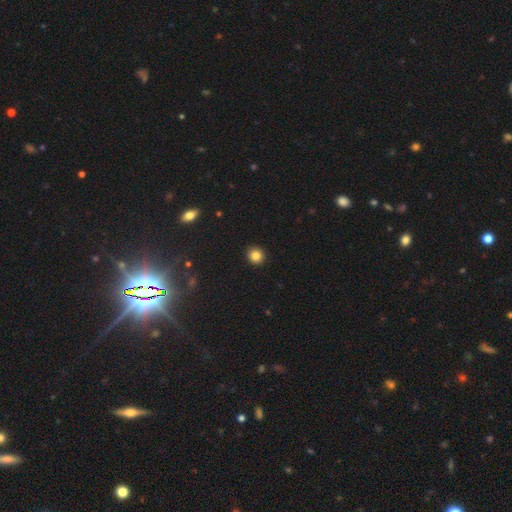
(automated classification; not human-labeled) smooth_or_featured: smooth (p=0.84) [alt: star or artifact p=0.11]
how_rounded: round (p=0.88) [alt: in between p=0.11]
merging: none (p=0.93) [alt: minor disturbance p=0.05]